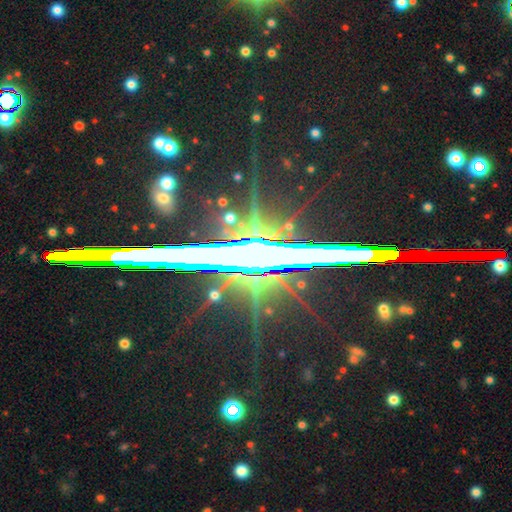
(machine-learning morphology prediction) Smooth or featured? star or artifact (78%)